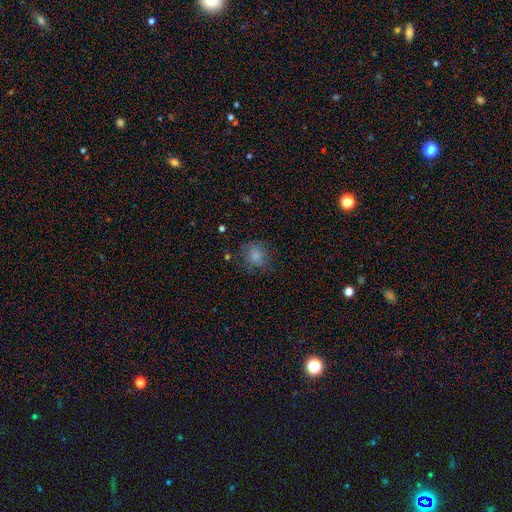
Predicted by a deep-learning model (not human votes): Morphology: type=smooth (76%); roundness=round (72%); merging=none (69%).